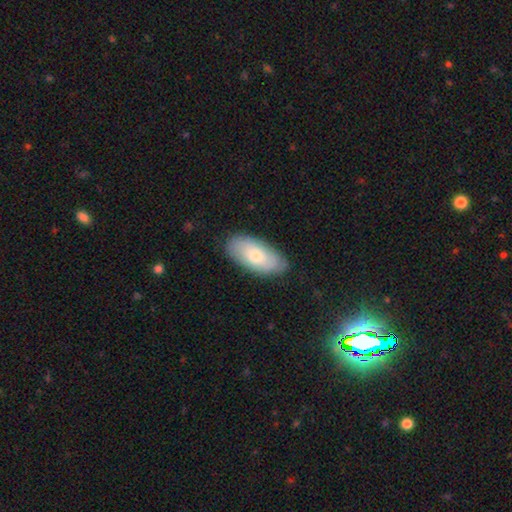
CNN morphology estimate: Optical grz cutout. It shows a smooth galaxy with no disk features (67%) that is in between round and cigar-shaped (91%). Merging: none (83%).